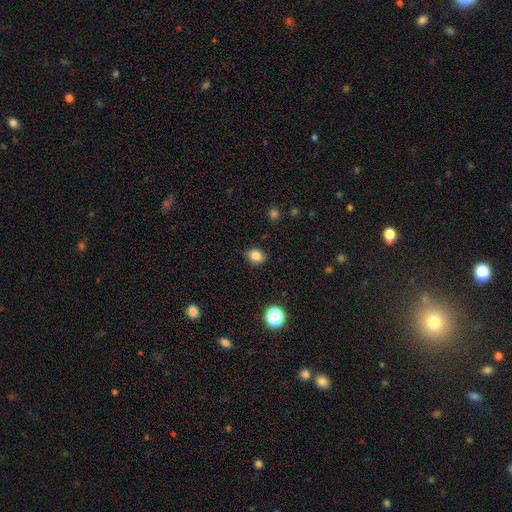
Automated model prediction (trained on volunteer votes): A smooth galaxy with no disk features (82%) that is round (50%).

Vote fractions:
- Smooth or featured? smooth: 82% / star or artifact: 12% / featured or disk: 6%
- How rounded? round: 50% / in between: 49% / cigar-shaped: 1%
- Merging? none: 83% / minor disturbance: 13% / major disturbance: 3% / merger: 1%